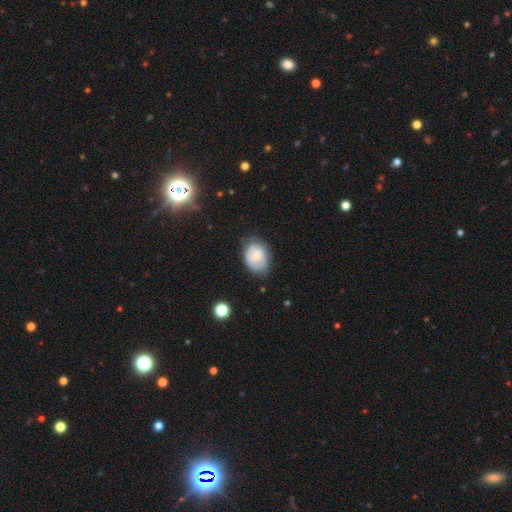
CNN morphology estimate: A smooth galaxy with no disk features (55%) that is in between round and cigar-shaped (73%). Merging: none (57%).